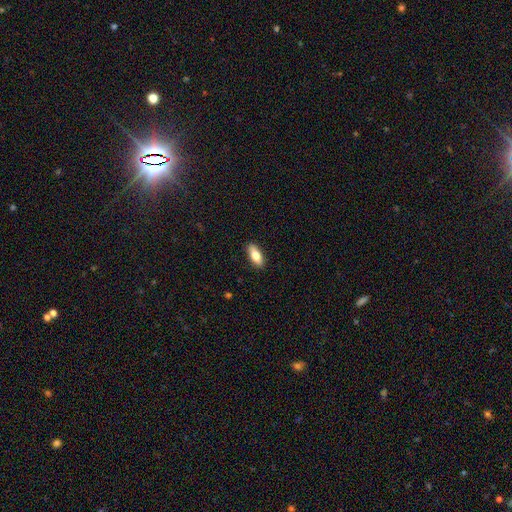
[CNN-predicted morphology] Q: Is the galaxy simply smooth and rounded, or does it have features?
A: smooth — 74%.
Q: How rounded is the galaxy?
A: in between — 77%.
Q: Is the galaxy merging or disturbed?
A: none — 89%.